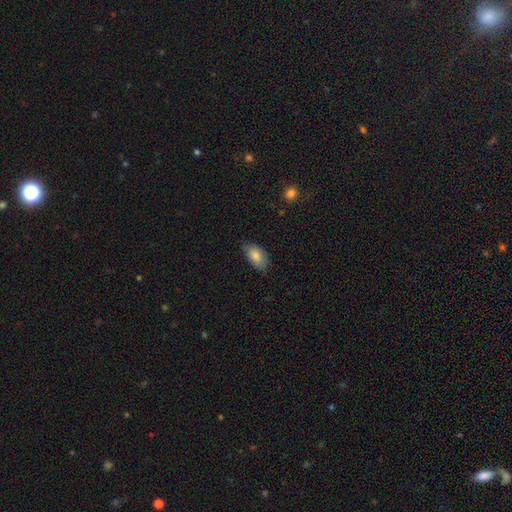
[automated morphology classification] A smooth galaxy with no disk features (85%) that is in between round and cigar-shaped (93%).

Vote fractions:
- Smooth or featured? smooth: 85% / featured or disk: 8% / star or artifact: 7%
- How rounded? in between: 93% / round: 4% / cigar-shaped: 3%
- Merging? none: 74% / minor disturbance: 22% / major disturbance: 3% / merger: 1%